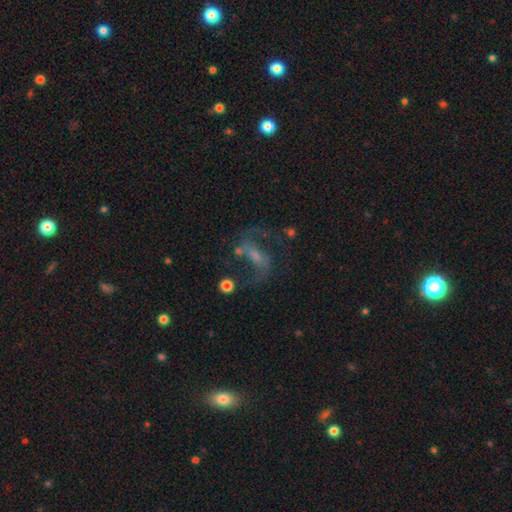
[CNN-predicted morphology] The model was most divided on "bar": weak: 45%, strong: 34%, no: 21%. Remaining: edge-on disk — no (96%); spiral arms — yes (91%); spiral arm count — 2 (90%); smooth or featured — featured or disk (79%); spiral winding — loose (60%); merging — none (57%); bulge size — small (43%).